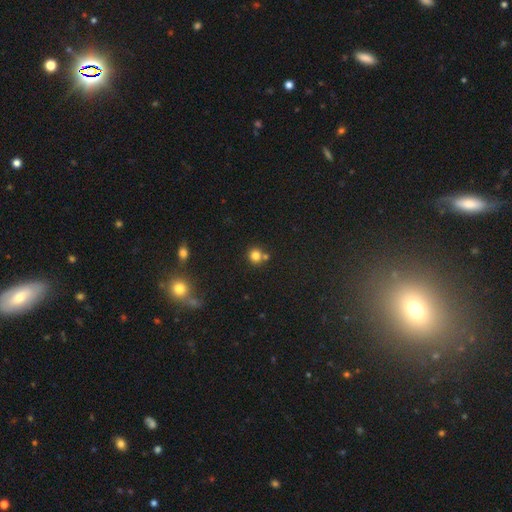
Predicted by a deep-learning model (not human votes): smooth 79%, star or artifact 14%, featured or disk 7%. Down the decision tree: how rounded — round (88%); merging — none (64%).